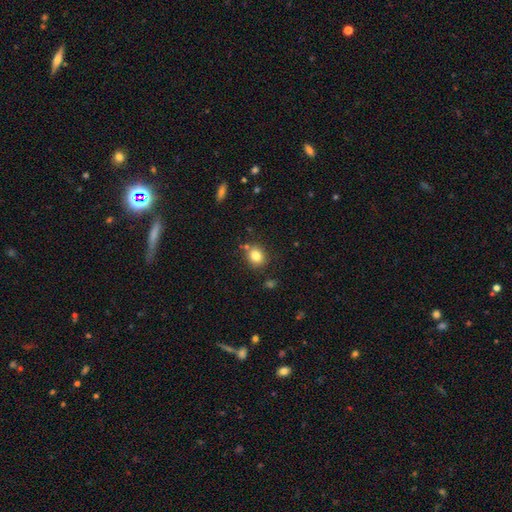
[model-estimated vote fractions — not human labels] smooth-or-featured: smooth: 82% | star or artifact: 11% | featured or disk: 7%
  how-rounded: round: 70% | in between: 29% | cigar-shaped: 1%
  merging: none: 78% | minor disturbance: 12% | merger: 7% | major disturbance: 3%